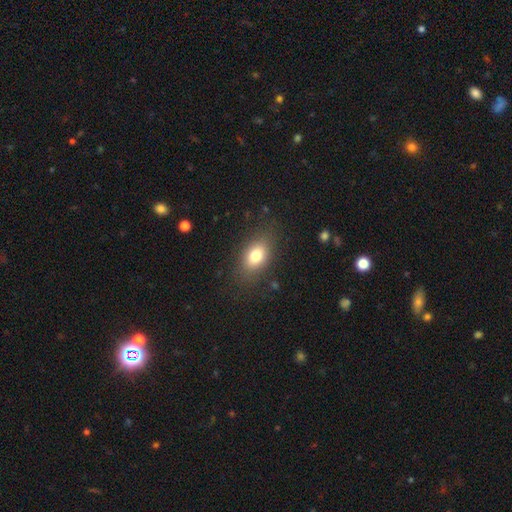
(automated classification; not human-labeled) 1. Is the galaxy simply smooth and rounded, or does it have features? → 77% smooth, 13% featured or disk, 10% star or artifact.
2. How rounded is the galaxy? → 81% in between, 16% round, 2% cigar-shaped.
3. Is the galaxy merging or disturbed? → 82% none, 12% minor disturbance, 5% major disturbance, 1% merger.